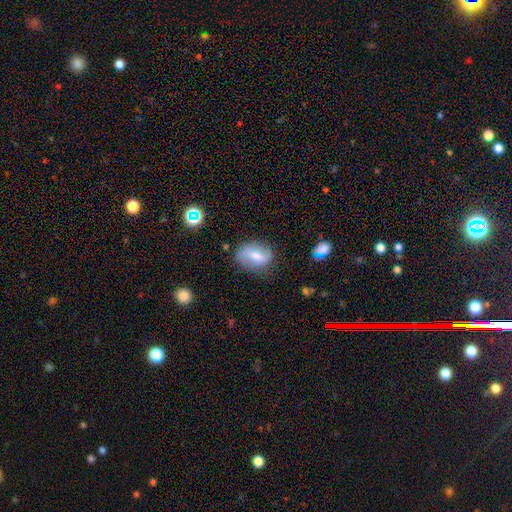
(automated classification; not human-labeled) Morphology: type=smooth (49%); merging=none (71%).